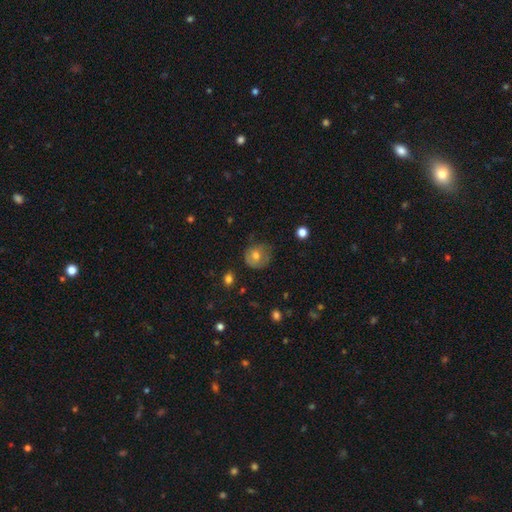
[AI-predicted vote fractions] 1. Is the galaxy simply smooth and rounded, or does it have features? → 64% smooth, 27% featured or disk, 9% star or artifact.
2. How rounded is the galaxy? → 81% round, 18% in between, 1% cigar-shaped.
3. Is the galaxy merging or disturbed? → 59% none, 28% minor disturbance, 11% major disturbance, 2% merger.